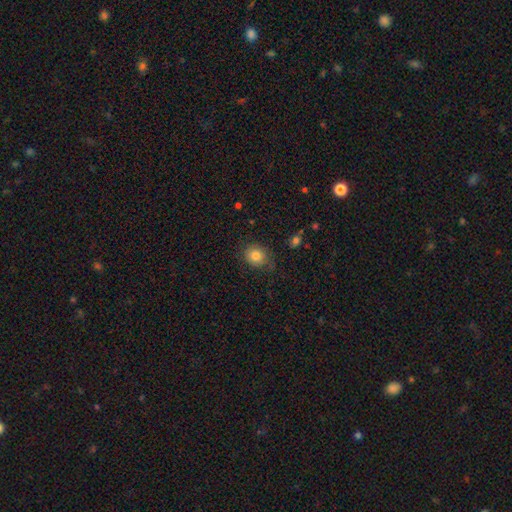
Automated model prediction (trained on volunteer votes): Q: Smooth or featured?
A: smooth (82%); runner-up: star or artifact (10%)
Q: How rounded?
A: round (75%); runner-up: in between (24%)
Q: Merging?
A: none (77%); runner-up: minor disturbance (17%)